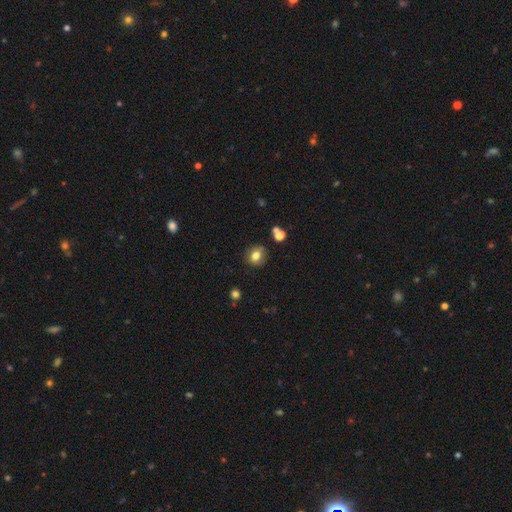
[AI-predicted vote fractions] smooth_or_featured: smooth (p=0.78) [alt: star or artifact p=0.12]
how_rounded: round (p=0.76) [alt: in between p=0.23]
merging: none (p=0.81) [alt: minor disturbance p=0.12]